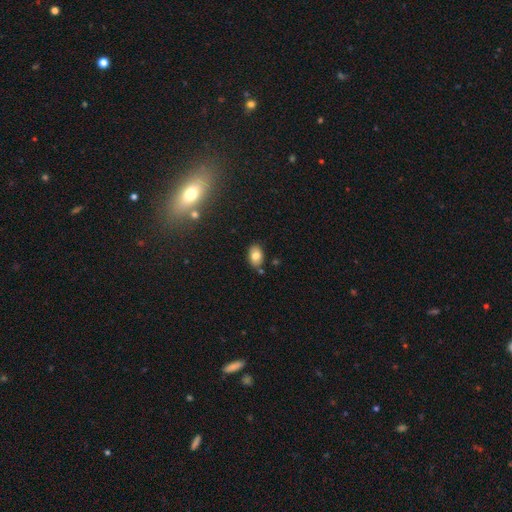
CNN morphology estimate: Q: Smooth or featured?
A: smooth (79%); runner-up: featured or disk (11%)
Q: How rounded?
A: in between (87%); runner-up: round (12%)
Q: Merging?
A: none (82%); runner-up: minor disturbance (12%)